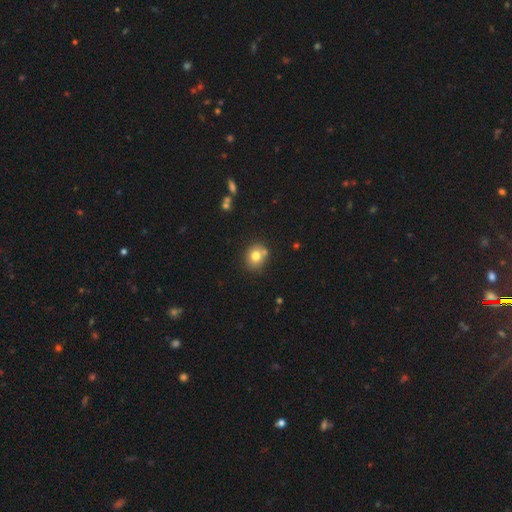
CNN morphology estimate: Overall: smooth (77%). How rounded: round (72%). Merging: none (72%).